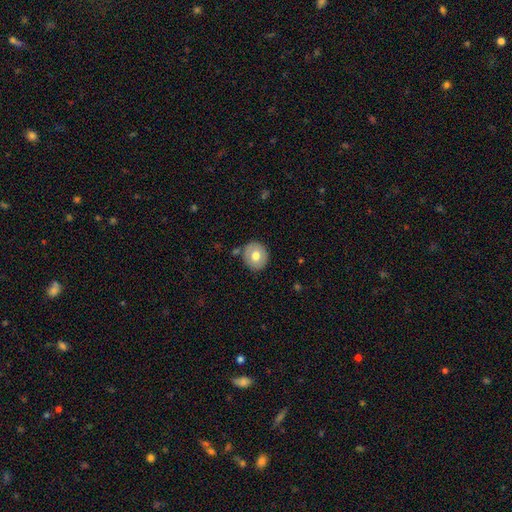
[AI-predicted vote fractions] A smooth galaxy with no disk features (67%) that is round (82%). Merging: none (83%).